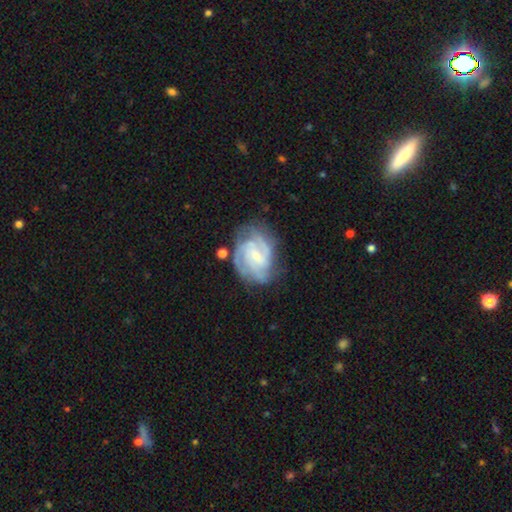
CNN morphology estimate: A featured or disk galaxy (87%) with a weak bar (48%), 3 (38%) tight (51%) spiral arms (96%) and a small central bulge (69%). Merging: none (66%).